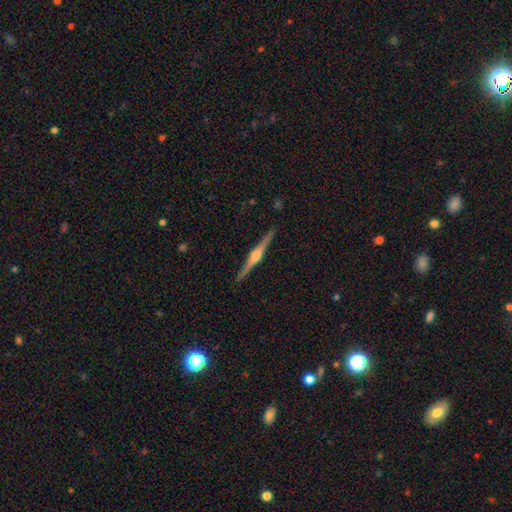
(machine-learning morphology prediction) The model was most divided on "smooth or featured": featured or disk: 82%, smooth: 13%, star or artifact: 5%. More confident: edge-on disk — yes (99%); merging — none (92%); edge-on bulge — rounded (84%).